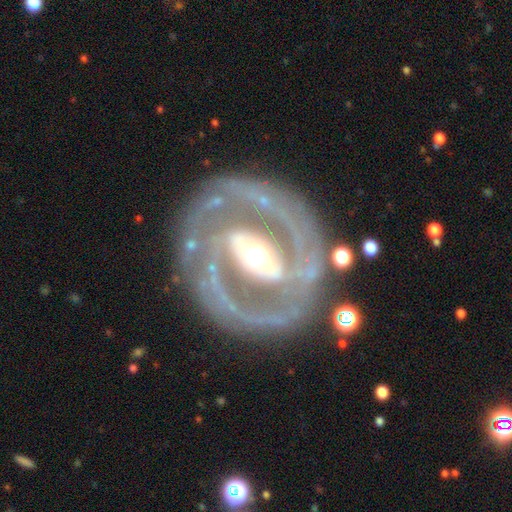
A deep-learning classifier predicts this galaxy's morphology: smooth_or_featured: featured or disk (p=0.90) [alt: smooth p=0.05]
disk_edge_on: no (p=0.96) [alt: yes p=0.04]
bar: strong (p=0.63) [alt: weak p=0.25]
has_spiral_arms: yes (p=0.89) [alt: no p=0.11]
spiral_winding: medium (p=0.46) [alt: tight p=0.38]
spiral_arm_count: 2 (p=0.80) [alt: can't tell p=0.07]
bulge_size: moderate (p=0.64) [alt: large p=0.17]
merging: none (p=0.74) [alt: minor disturbance p=0.13]